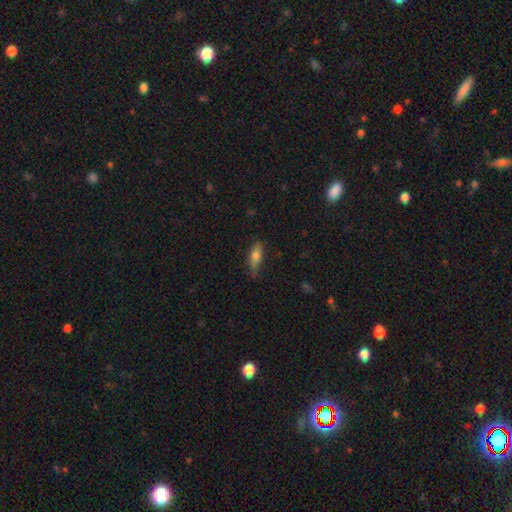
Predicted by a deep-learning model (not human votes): Q: Smooth or featured?
A: smooth (73%); runner-up: featured or disk (19%)
Q: How rounded?
A: in between (63%); runner-up: cigar-shaped (35%)
Q: Merging?
A: none (65%); runner-up: minor disturbance (28%)